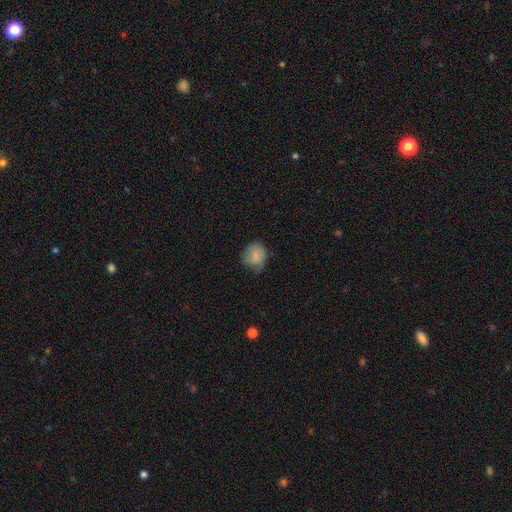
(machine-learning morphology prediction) A smooth galaxy with no disk features (83%) that is round (77%). Merging: none (63%).